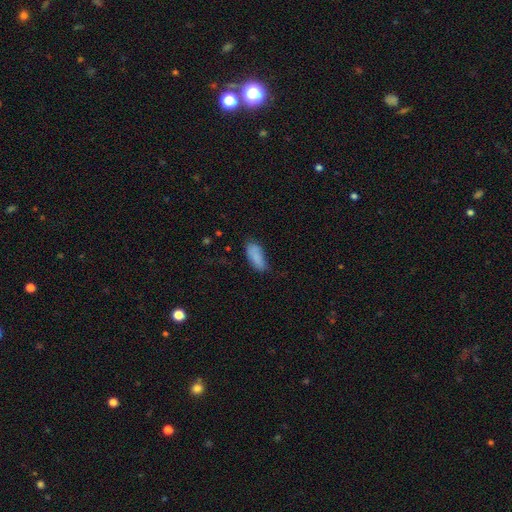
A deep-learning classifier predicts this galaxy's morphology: Q: Smooth or featured?
A: smooth (85%); runner-up: featured or disk (8%)
Q: How rounded?
A: in between (83%); runner-up: cigar-shaped (15%)
Q: Merging?
A: none (62%); runner-up: minor disturbance (28%)